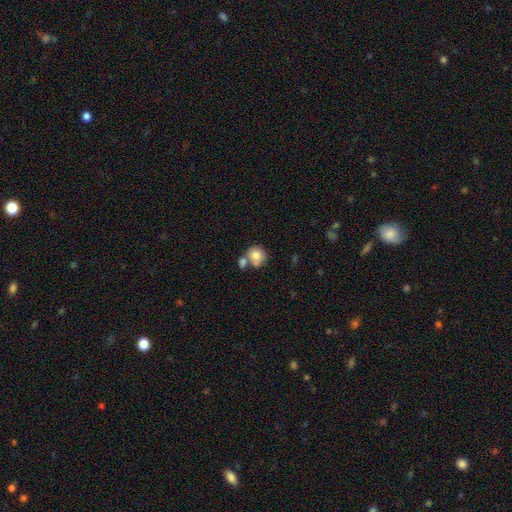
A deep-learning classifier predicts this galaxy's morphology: Smooth or featured: smooth — 78% (featured or disk — 13%)
How rounded: round — 85% (in between — 14%)
Merging: none — 46% (merger — 38%)